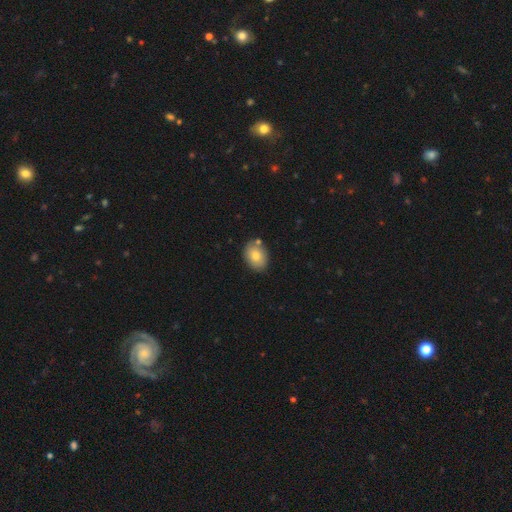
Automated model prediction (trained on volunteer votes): smooth-or-featured: smooth: 78% | featured or disk: 14% | star or artifact: 8%
  how-rounded: in between: 67% | round: 32% | cigar-shaped: 1%
  merging: none: 79% | minor disturbance: 12% | merger: 6% | major disturbance: 2%